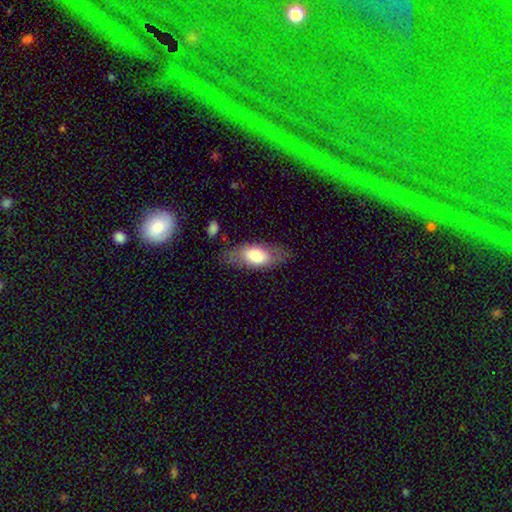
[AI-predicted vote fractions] This is likely a smooth galaxy (69%). How rounded: clearly in between (86%). Merging: likely none (73%).